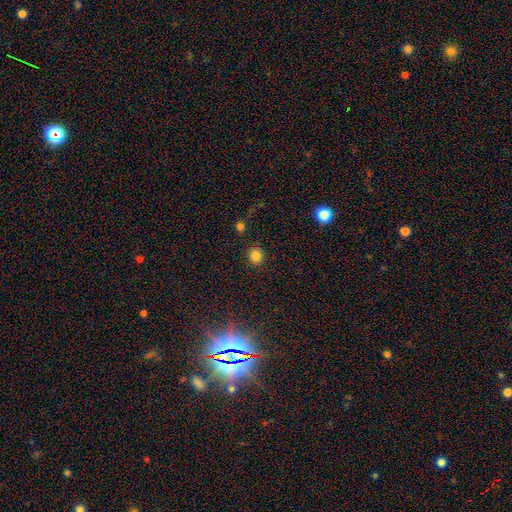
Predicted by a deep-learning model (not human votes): Smooth or featured?
  - smooth: 82% *
  - star or artifact: 14%
  - featured or disk: 4%
How rounded?
  - round: 84% *
  - in between: 15%
  - cigar-shaped: 1%
Merging?
  - none: 87% *
  - minor disturbance: 8%
  - major disturbance: 3%
  - merger: 2%